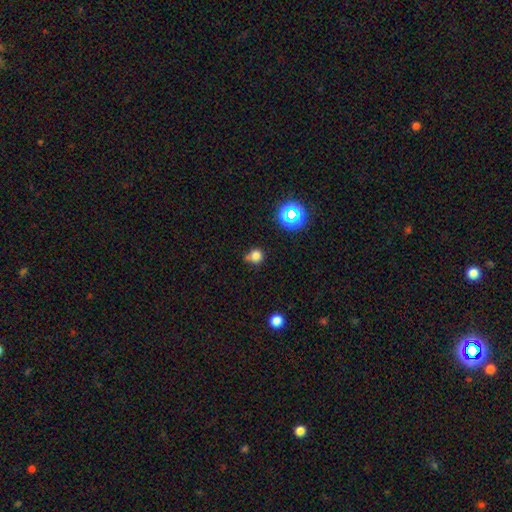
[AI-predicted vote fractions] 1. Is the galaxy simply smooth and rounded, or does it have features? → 76% smooth, 18% star or artifact, 6% featured or disk.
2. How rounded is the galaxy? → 87% round, 12% in between, 1% cigar-shaped.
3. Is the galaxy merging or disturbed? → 60% none, 24% minor disturbance, 9% merger, 7% major disturbance.